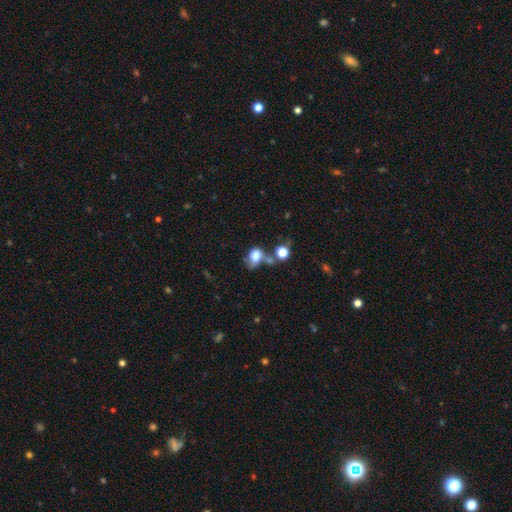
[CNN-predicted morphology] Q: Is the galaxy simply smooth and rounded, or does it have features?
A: smooth — 75%.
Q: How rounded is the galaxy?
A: in between — 63%.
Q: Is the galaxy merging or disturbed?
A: merger — 36%.